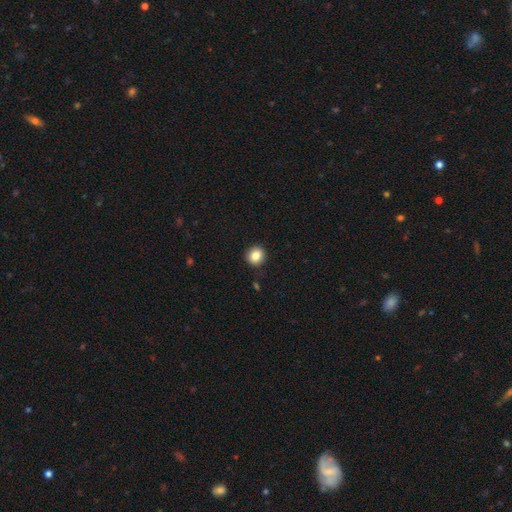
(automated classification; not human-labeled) smooth_or_featured: smooth (p=0.84) [alt: star or artifact p=0.10]
how_rounded: round (p=0.88) [alt: in between p=0.11]
merging: none (p=0.91) [alt: minor disturbance p=0.06]